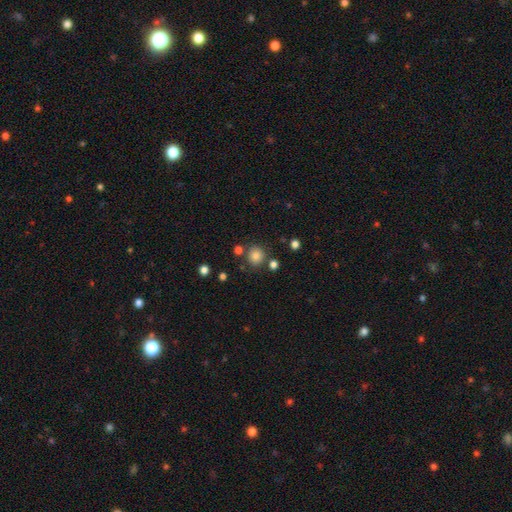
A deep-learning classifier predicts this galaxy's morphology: Smooth or featured?
  - smooth: 81% *
  - star or artifact: 13%
  - featured or disk: 6%
How rounded?
  - round: 90% *
  - in between: 9%
  - cigar-shaped: 1%
Merging?
  - none: 80% *
  - minor disturbance: 9%
  - merger: 8%
  - major disturbance: 3%